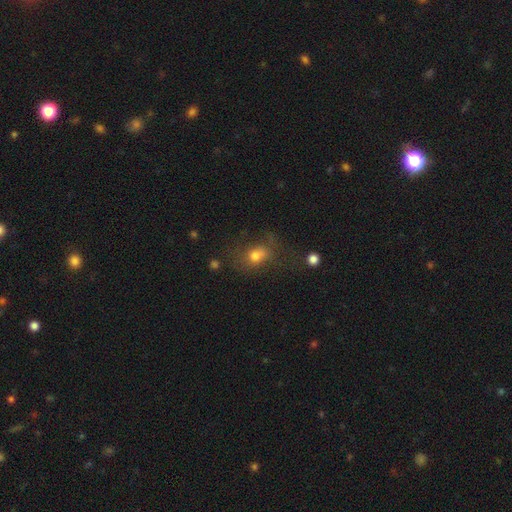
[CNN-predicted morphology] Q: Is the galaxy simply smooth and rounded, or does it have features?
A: smooth — 69%.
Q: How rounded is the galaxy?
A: in between — 55%.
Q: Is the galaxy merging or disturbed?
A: none — 43%.